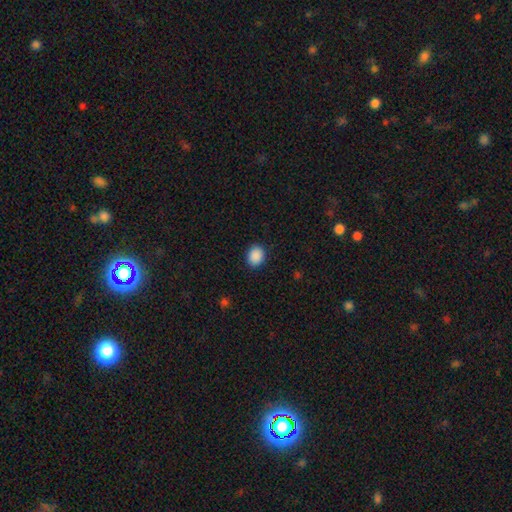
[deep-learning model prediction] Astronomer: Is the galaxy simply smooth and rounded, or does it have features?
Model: smooth — 90%.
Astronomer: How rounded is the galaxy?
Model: round — 57% (runner-up: in between, 42%).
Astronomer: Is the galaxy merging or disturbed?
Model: none — 89%.